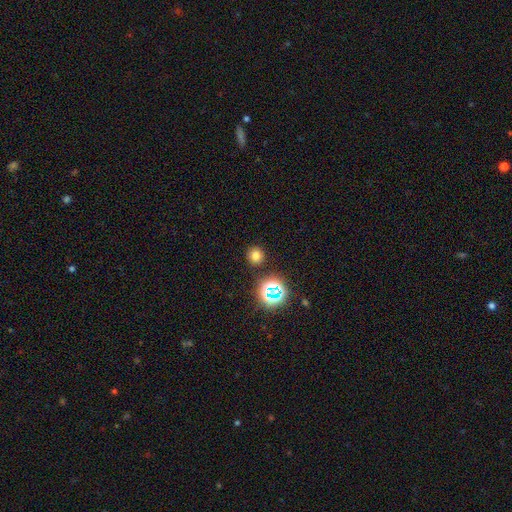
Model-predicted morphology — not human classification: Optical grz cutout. It shows a smooth galaxy with no disk features (70%) that is round (93%). Merging: none (89%).